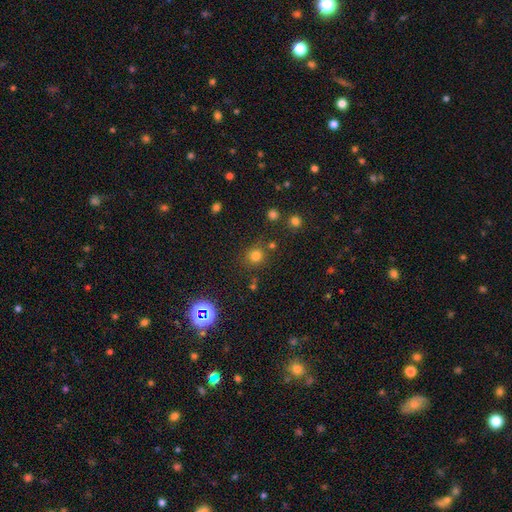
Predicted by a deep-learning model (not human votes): smooth-or-featured: smooth: 75% | star or artifact: 19% | featured or disk: 6%
  how-rounded: round: 90% | in between: 9% | cigar-shaped: 1%
  merging: none: 78% | minor disturbance: 10% | merger: 8% | major disturbance: 4%